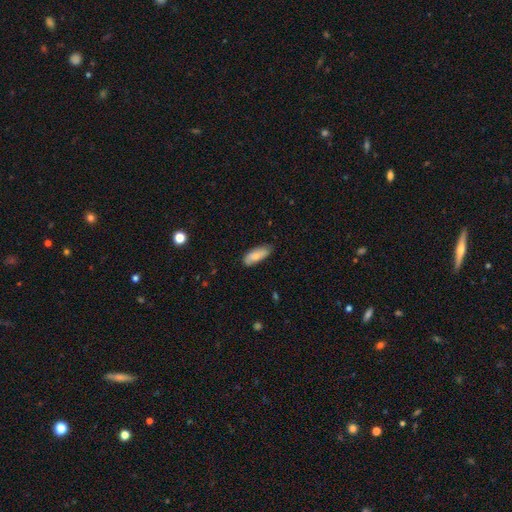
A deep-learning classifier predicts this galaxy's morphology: Smooth or featured? smooth (74%)
How rounded? in between (77%)
Merging? none (73%)